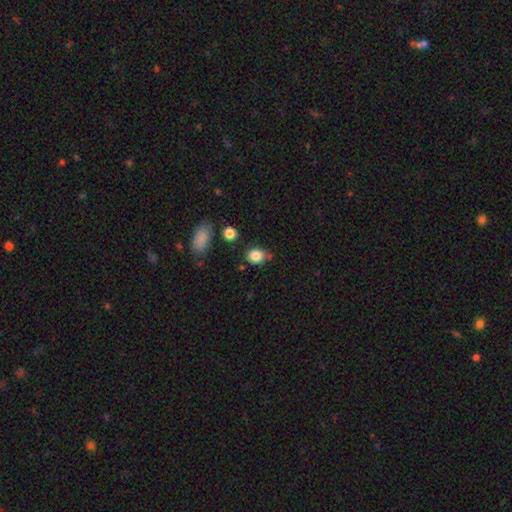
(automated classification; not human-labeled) Smooth or featured?
  - smooth: 85% *
  - star or artifact: 10%
  - featured or disk: 5%
How rounded?
  - in between: 51% *
  - round: 48%
  - cigar-shaped: 1%
Merging?
  - none: 71% *
  - minor disturbance: 20%
  - merger: 5%
  - major disturbance: 4%